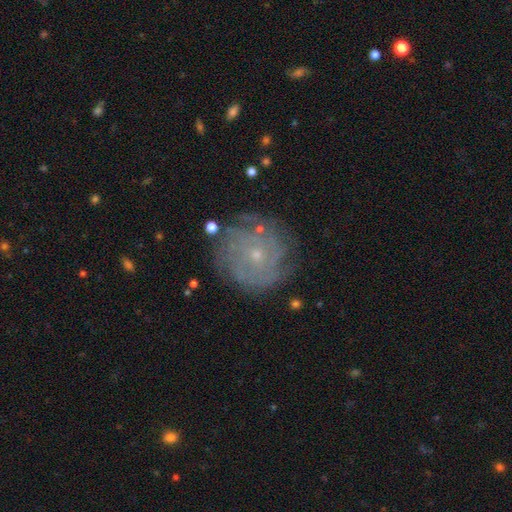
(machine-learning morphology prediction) Smooth or featured?
  - featured or disk: 72% *
  - smooth: 18%
  - star or artifact: 10%
Edge-on disk?
  - no: 97% *
  - yes: 3%
Bar?
  - no: 83% *
  - weak: 14%
  - strong: 3%
Spiral arms?
  - yes: 87% *
  - no: 13%
Spiral winding?
  - tight: 75% *
  - medium: 19%
  - loose: 6%
Spiral arm count?
  - can't tell: 49% *
  - 4: 13%
  - 3: 12%
  - 2: 11%
  - more than 4: 8%
  - 1: 7%
Bulge size?
  - small: 79% *
  - moderate: 17%
  - none: 2%
  - large: 1%
  - dominant: 1%
Merging?
  - none: 78% *
  - minor disturbance: 14%
  - major disturbance: 6%
  - merger: 2%